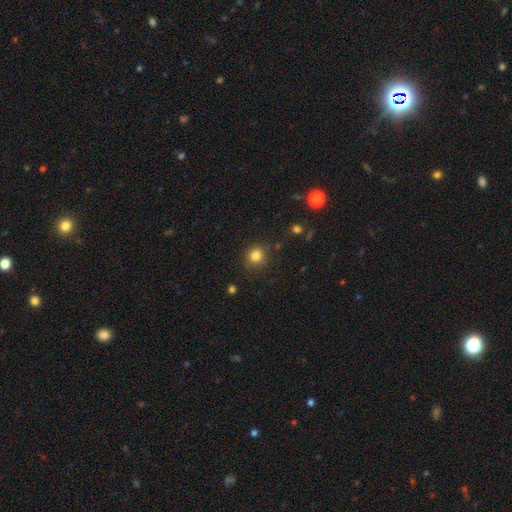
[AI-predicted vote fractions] smooth-or-featured: smooth: 82% | star or artifact: 13% | featured or disk: 5%
  how-rounded: round: 91% | in between: 8% | cigar-shaped: 1%
  merging: none: 85% | minor disturbance: 9% | major disturbance: 3% | merger: 2%